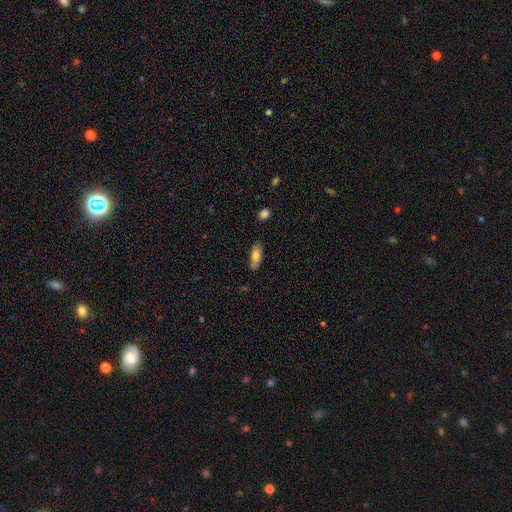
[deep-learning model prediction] A smooth galaxy with no disk features (78%) that is in between round and cigar-shaped (72%).

Vote fractions:
- Smooth or featured? smooth: 78% / featured or disk: 15% / star or artifact: 7%
- How rounded? in between: 72% / cigar-shaped: 26% / round: 2%
- Merging? none: 82% / minor disturbance: 14% / major disturbance: 2% / merger: 2%